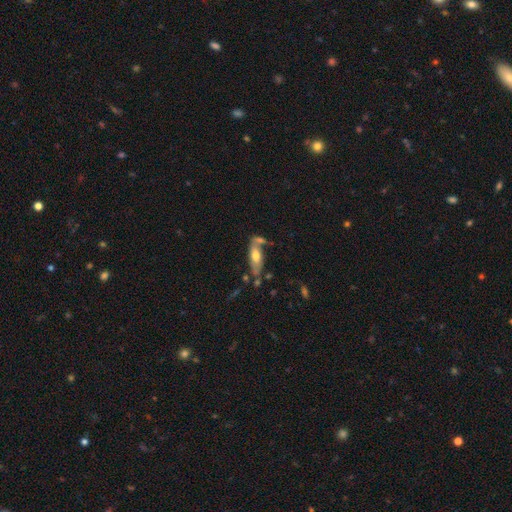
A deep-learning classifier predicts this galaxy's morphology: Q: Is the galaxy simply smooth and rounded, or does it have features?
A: smooth — 51%.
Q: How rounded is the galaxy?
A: in between — 65%.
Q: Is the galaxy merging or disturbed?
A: none — 49%.